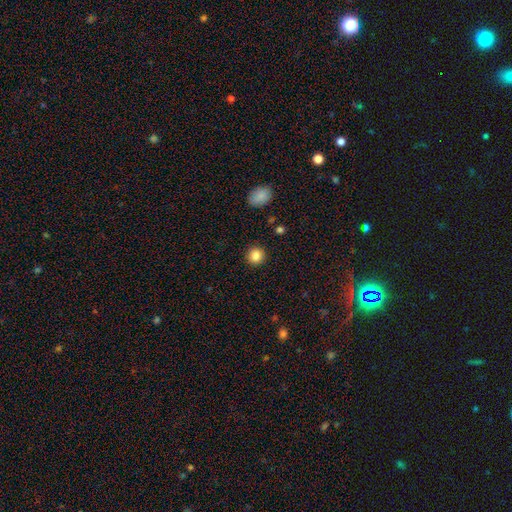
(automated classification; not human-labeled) Overall: smooth (85%). How rounded: round (92%). Merging: none (91%).